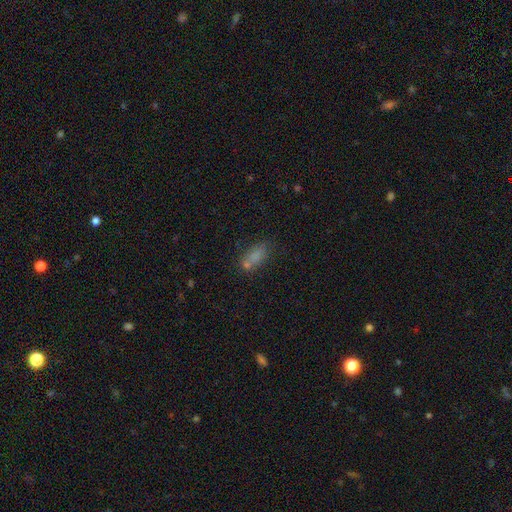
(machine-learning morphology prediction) smooth_or_featured: smooth (p=0.74) [alt: star or artifact p=0.13]
how_rounded: in between (p=0.82) [alt: cigar-shaped p=0.11]
merging: none (p=0.48) [alt: merger p=0.28]